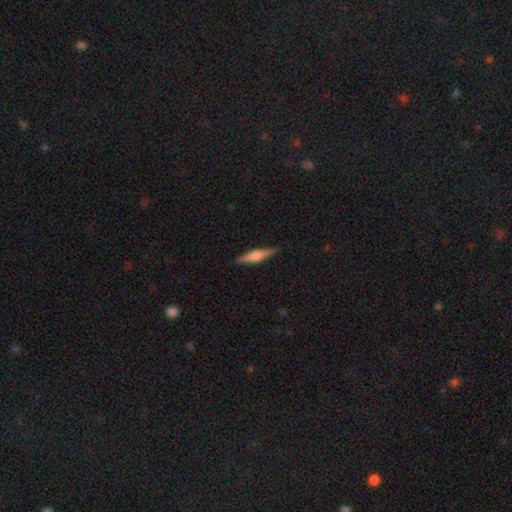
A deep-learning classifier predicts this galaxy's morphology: featured or disk 57%, smooth 37%, star or artifact 6%. Down the decision tree: edge-on disk — yes (97%); edge-on bulge — rounded (75%); merging — none (89%).